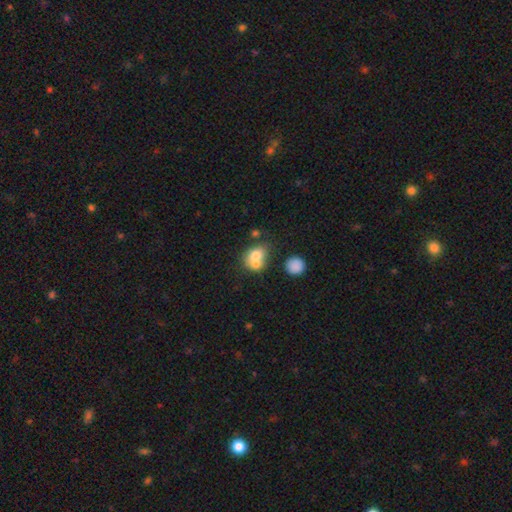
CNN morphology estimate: Smooth or featured?
  - smooth: 70% *
  - featured or disk: 20%
  - star or artifact: 10%
How rounded?
  - round: 58% *
  - in between: 41%
  - cigar-shaped: 1%
Merging?
  - merger: 60% *
  - none: 27%
  - minor disturbance: 9%
  - major disturbance: 4%